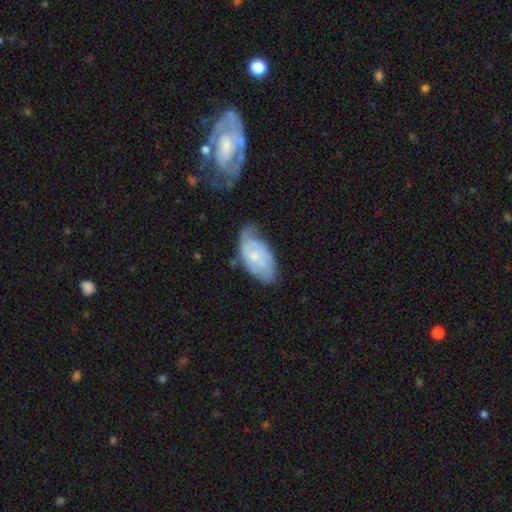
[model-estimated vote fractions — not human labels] Smooth or featured? featured or disk (57%)
Edge-on disk? no (95%)
Bar? no (67%)
Spiral arms? yes (77%)
Bulge size? small (64%)
Merging? none (43%)